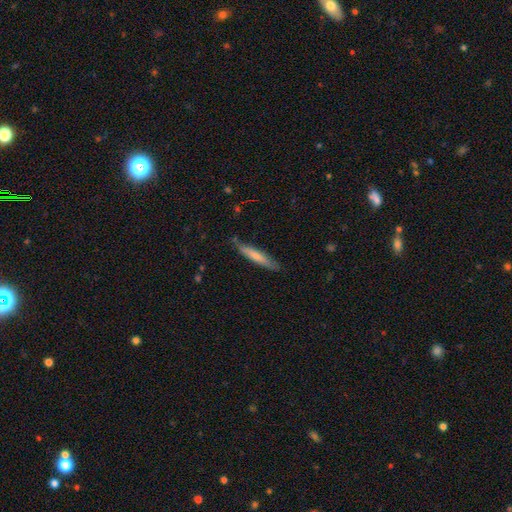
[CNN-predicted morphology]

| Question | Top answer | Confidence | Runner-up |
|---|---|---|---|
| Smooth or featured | smooth | 67% | featured or disk (27%) |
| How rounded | cigar-shaped | 92% | in between (7%) |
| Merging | none | 81% | minor disturbance (15%) |